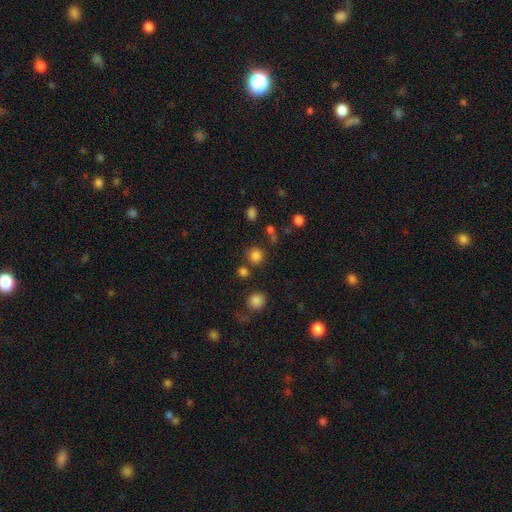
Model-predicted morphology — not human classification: smooth 81%, star or artifact 14%, featured or disk 5%. Down the decision tree: how rounded — round (91%); merging — none (78%).